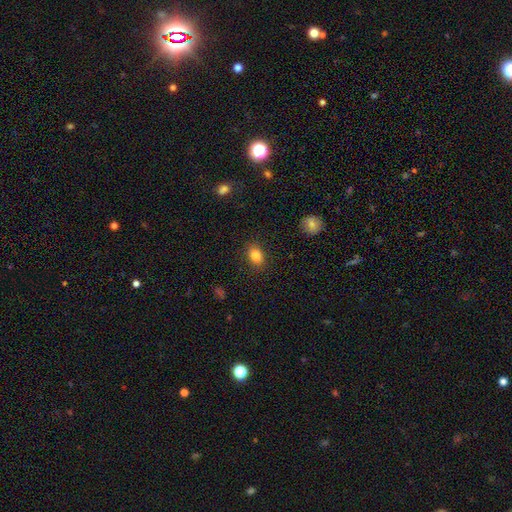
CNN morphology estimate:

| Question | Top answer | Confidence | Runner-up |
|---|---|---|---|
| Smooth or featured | smooth | 83% | star or artifact (10%) |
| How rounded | in between | 70% | round (28%) |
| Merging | none | 88% | minor disturbance (9%) |